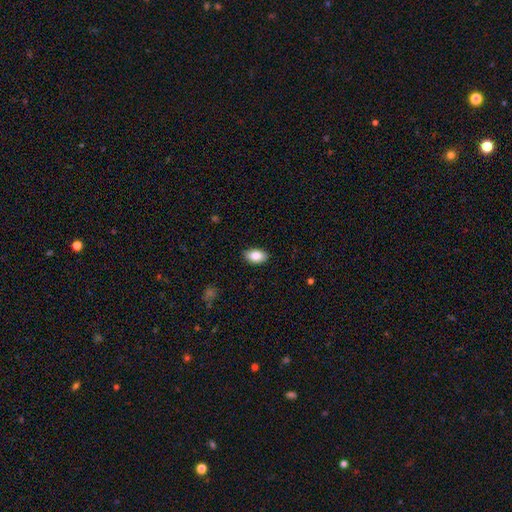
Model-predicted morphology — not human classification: smooth_or_featured: smooth (p=0.86) [alt: star or artifact p=0.07]
how_rounded: in between (p=0.91) [alt: round p=0.08]
merging: none (p=0.88) [alt: minor disturbance p=0.09]